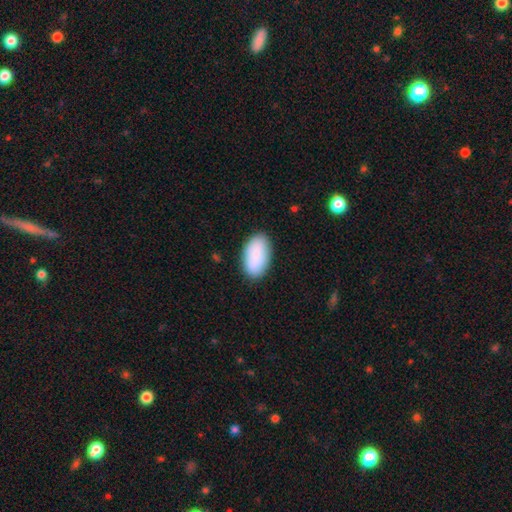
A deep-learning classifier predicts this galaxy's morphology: The model was most divided on "merging": none: 86%, minor disturbance: 10%, major disturbance: 2%, merger: 1%. More confident: how rounded — in between (95%); smooth or featured — smooth (89%).